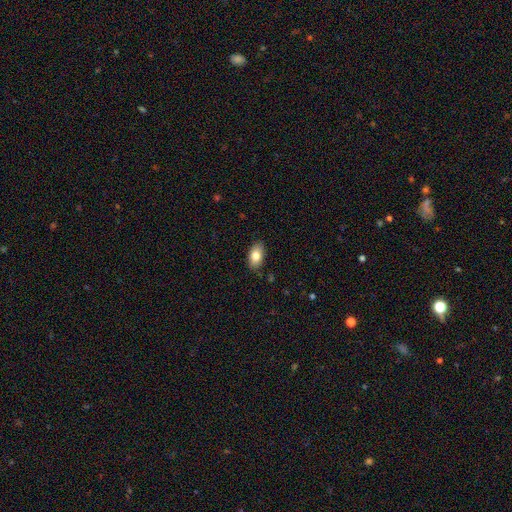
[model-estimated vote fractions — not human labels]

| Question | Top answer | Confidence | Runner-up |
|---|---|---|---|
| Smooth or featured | smooth | 81% | featured or disk (12%) |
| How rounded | in between | 92% | round (6%) |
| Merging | none | 85% | minor disturbance (11%) |